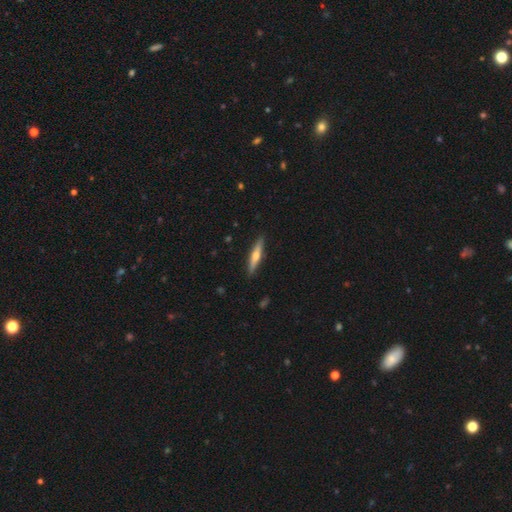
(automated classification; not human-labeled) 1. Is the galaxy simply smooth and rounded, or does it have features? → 51% featured or disk, 43% smooth, 5% star or artifact.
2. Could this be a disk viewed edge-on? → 94% yes, 6% no.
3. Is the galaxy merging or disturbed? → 90% none, 7% minor disturbance, 1% major disturbance, 1% merger.